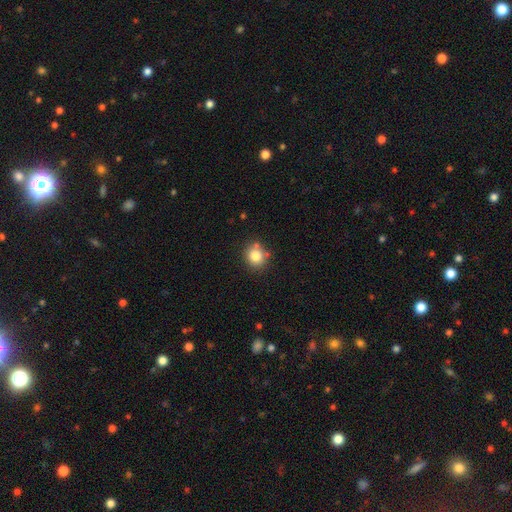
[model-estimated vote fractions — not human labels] Smooth or featured? Predicted: smooth (p=0.81). How rounded? Predicted: round (p=0.84). Merging? Predicted: none (p=0.73).